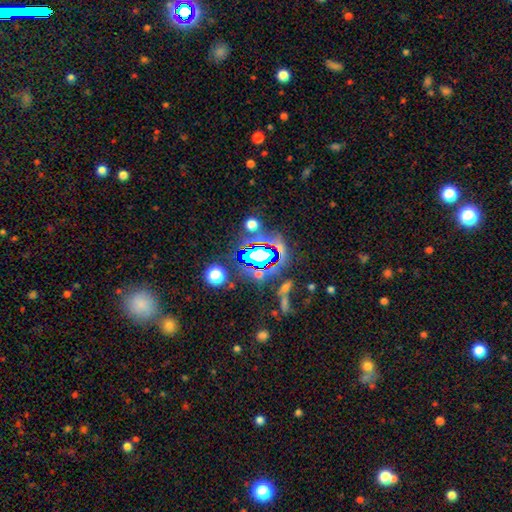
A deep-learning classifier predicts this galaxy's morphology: A star or artifact, not a galaxy (69%).

Vote fractions:
- Smooth or featured? star or artifact: 69% / smooth: 18% / featured or disk: 13%